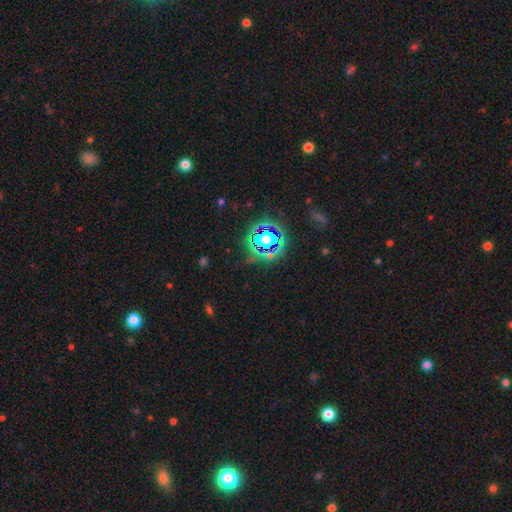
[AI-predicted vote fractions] A star or artifact, not a galaxy (79%).